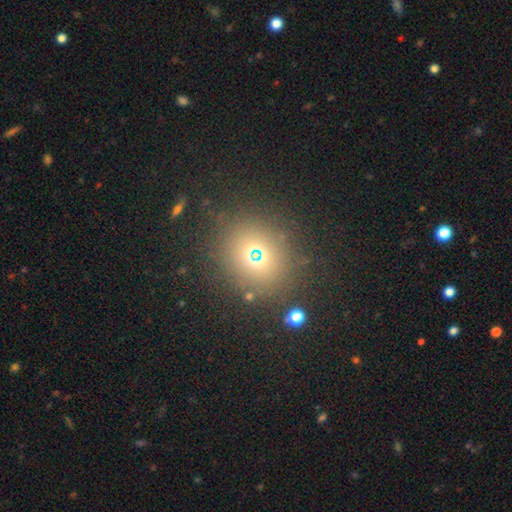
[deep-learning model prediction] A smooth galaxy with no disk features (52%) that is round (80%).

Vote fractions:
- Smooth or featured? smooth: 52% / star or artifact: 36% / featured or disk: 12%
- How rounded? round: 80% / in between: 18% / cigar-shaped: 2%
- Merging? none: 82% / minor disturbance: 9% / major disturbance: 4% / merger: 4%